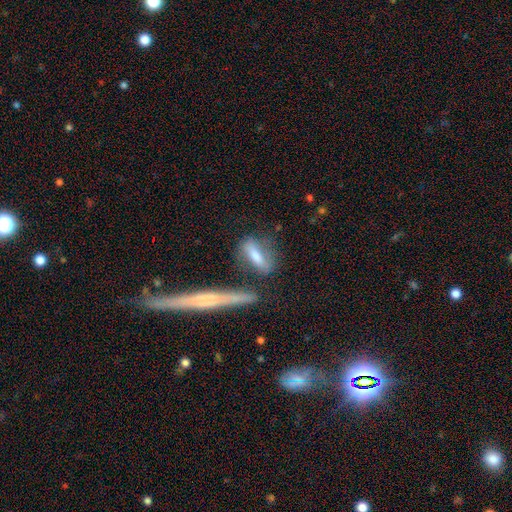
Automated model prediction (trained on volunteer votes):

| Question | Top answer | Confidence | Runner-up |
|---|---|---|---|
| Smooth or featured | smooth | 63% | featured or disk (29%) |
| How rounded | cigar-shaped | 52% | in between (44%) |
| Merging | none | 56% | minor disturbance (20%) |